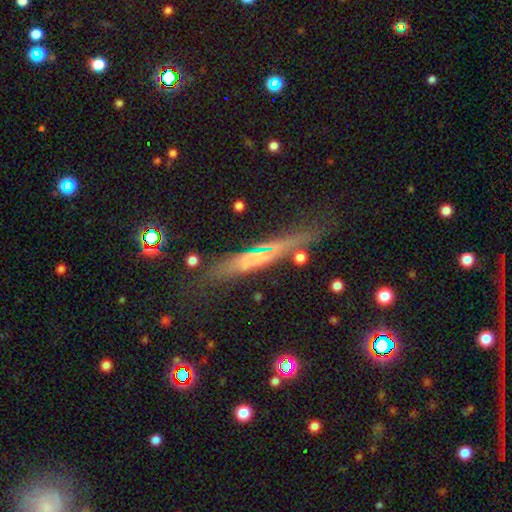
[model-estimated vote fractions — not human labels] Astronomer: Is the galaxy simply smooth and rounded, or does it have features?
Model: featured or disk — 50% (runner-up: smooth, 37%).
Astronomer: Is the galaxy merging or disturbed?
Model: none — 75%.